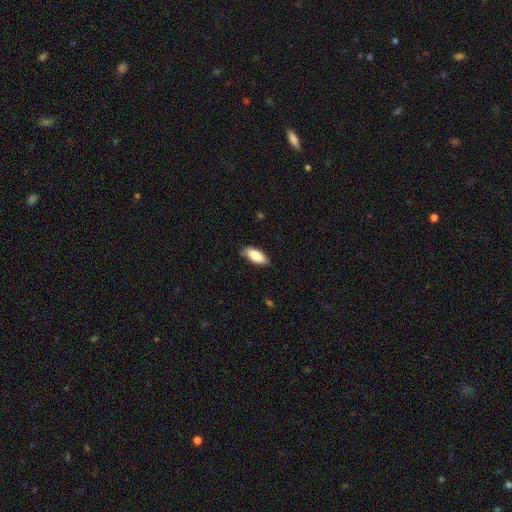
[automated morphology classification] smooth_or_featured: smooth (p=0.87) [alt: featured or disk p=0.07]
how_rounded: in between (p=0.87) [alt: cigar-shaped p=0.11]
merging: none (p=0.81) [alt: minor disturbance p=0.15]